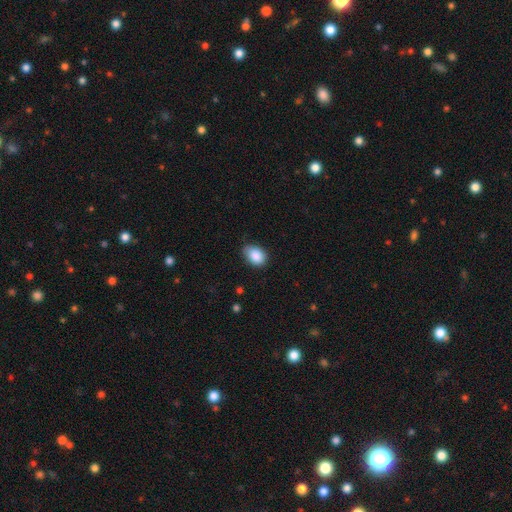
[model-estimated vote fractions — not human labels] Q: Smooth or featured?
A: smooth (88%); runner-up: star or artifact (8%)
Q: How rounded?
A: in between (75%); runner-up: round (24%)
Q: Merging?
A: none (66%); runner-up: minor disturbance (28%)